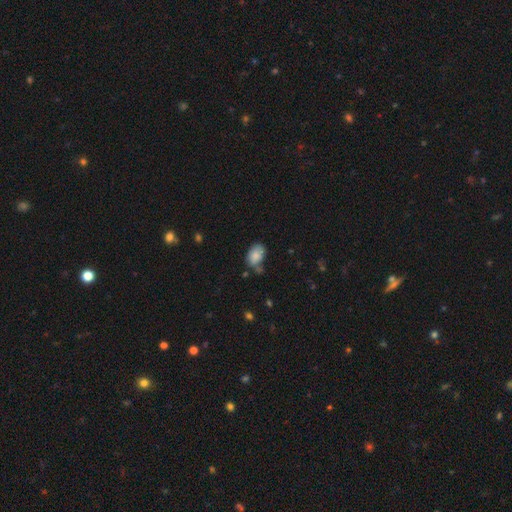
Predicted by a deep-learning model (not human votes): The model was most divided on "merging": none: 51%, minor disturbance: 29%, merger: 11%, major disturbance: 9%. More confident: how rounded — in between (86%); smooth or featured — smooth (81%).